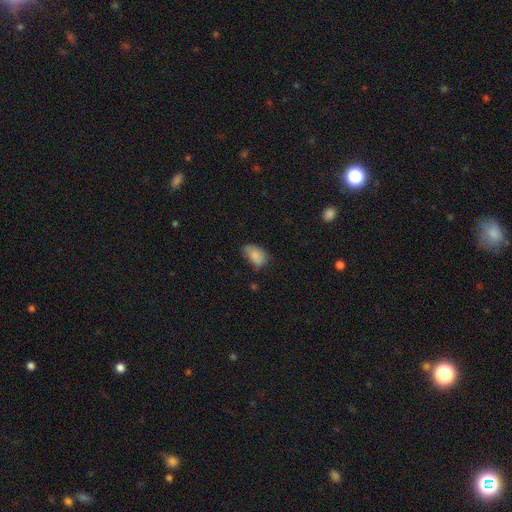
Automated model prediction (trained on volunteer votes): Smooth or featured? Predicted: smooth (p=0.84). How rounded? Predicted: in between (p=0.90). Merging? Predicted: none (p=0.53).